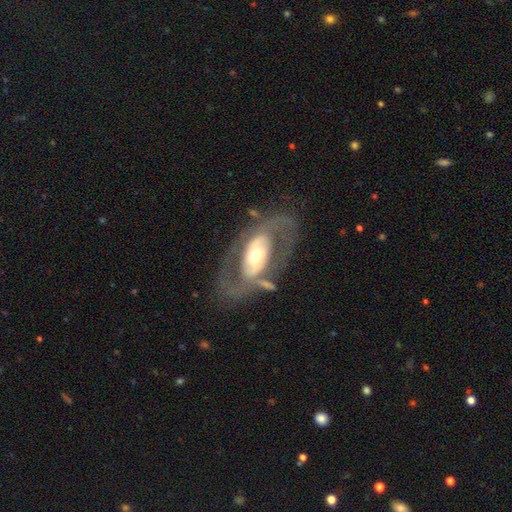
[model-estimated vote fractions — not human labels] This appears to be a featured or disk galaxy (74%) with no bar (54%), no spiral arms (51%) and a moderate central bulge (65%). Merging: none (63%).